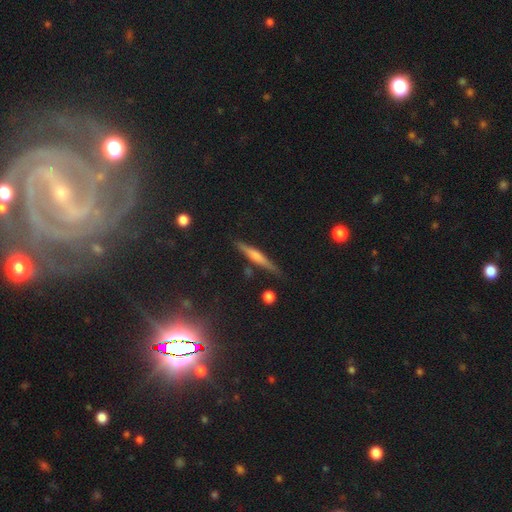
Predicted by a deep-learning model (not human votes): Smooth or featured: featured or disk — 58% (smooth — 27%)
Edge-on disk: yes — 96% (no — 4%)
Edge-on bulge: rounded — 60% (none — 25%)
Merging: none — 86% (minor disturbance — 10%)